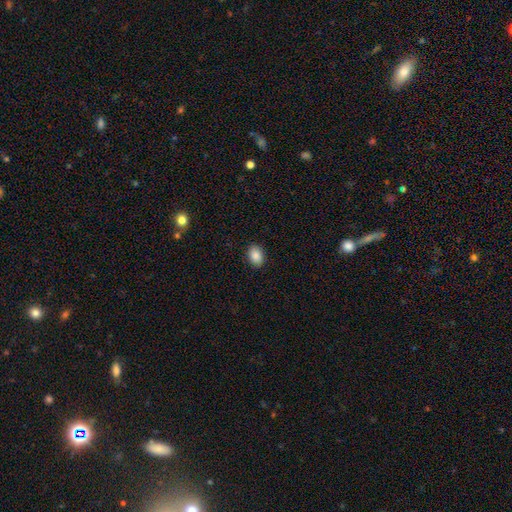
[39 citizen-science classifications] smooth_or_featured: smooth (p=0.95) [alt: star or artifact p=0.05]
how_rounded: in between (p=0.92) [alt: round p=0.08]
merging: none (p=1.00)